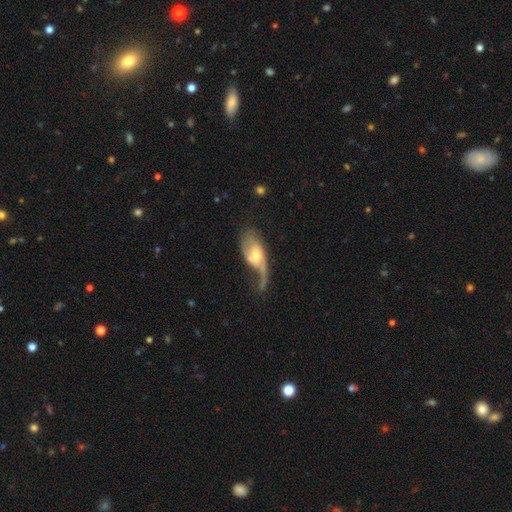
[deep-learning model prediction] This appears to be a featured or disk galaxy (70%) with no bar (49%), 2 (45%) loose (66%) spiral arms (83%) and a moderate central bulge (57%). Merging: major disturbance (42%).